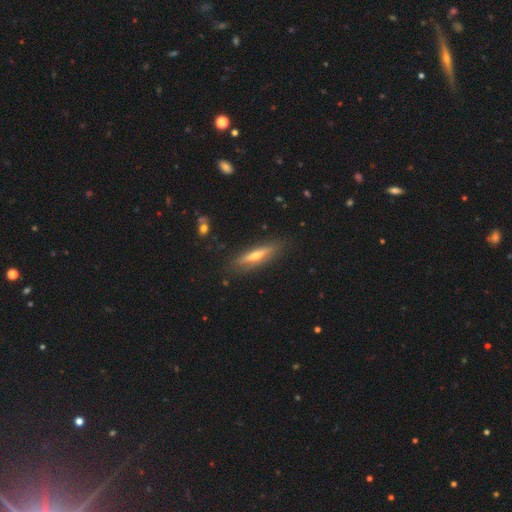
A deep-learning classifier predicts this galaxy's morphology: smooth_or_featured: featured or disk (p=0.57) [alt: smooth p=0.36]
disk_edge_on: yes (p=0.91) [alt: no p=0.09]
edge_on_bulge: rounded (p=0.83) [alt: none p=0.12]
merging: none (p=0.87) [alt: minor disturbance p=0.10]